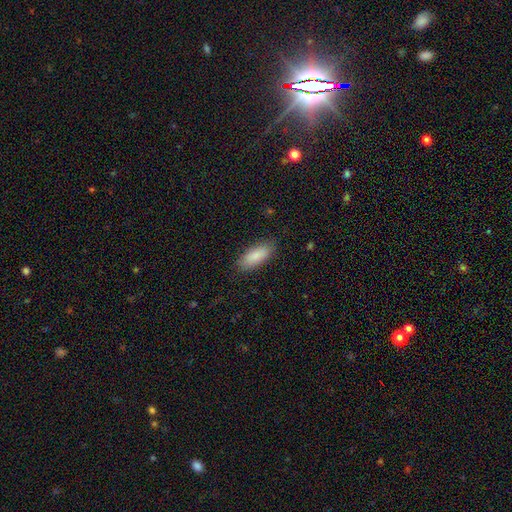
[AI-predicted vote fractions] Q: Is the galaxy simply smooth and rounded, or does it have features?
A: smooth — 87%.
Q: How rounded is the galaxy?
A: in between — 80%.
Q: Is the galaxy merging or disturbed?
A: none — 85%.